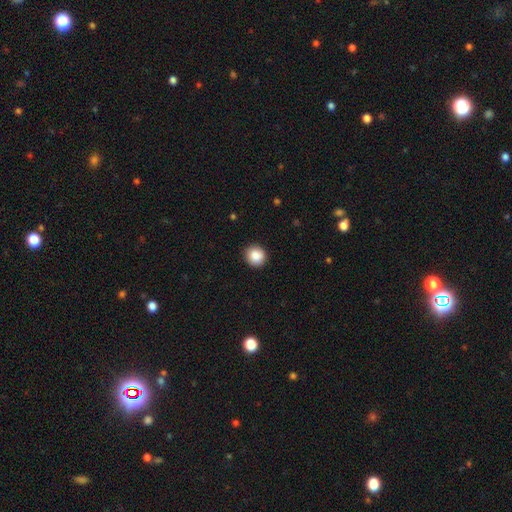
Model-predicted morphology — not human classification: Smooth or featured? Predicted: smooth (p=0.88). How rounded? Predicted: round (p=0.90). Merging? Predicted: none (p=0.90).